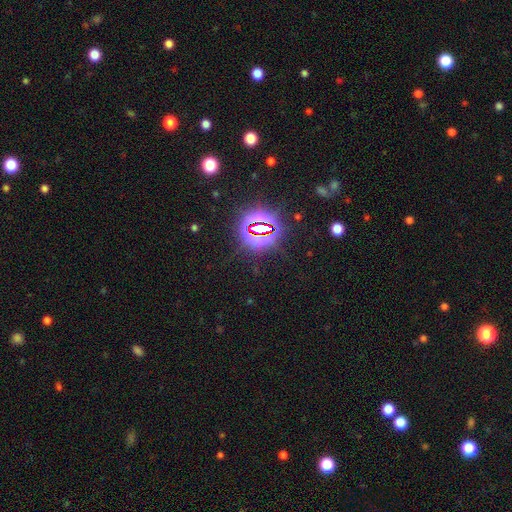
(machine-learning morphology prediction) A star or artifact, not a galaxy (78%).